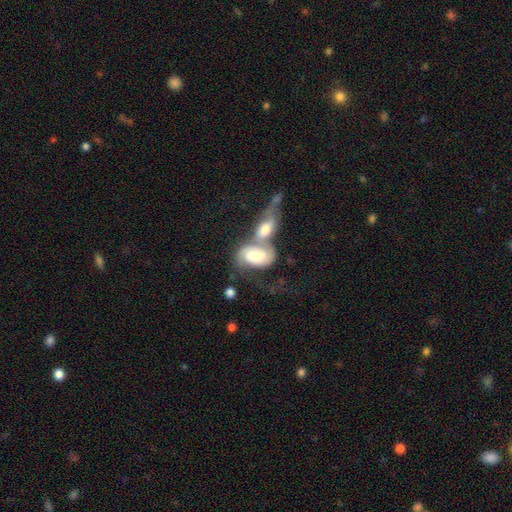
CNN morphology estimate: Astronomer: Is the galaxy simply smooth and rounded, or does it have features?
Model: featured or disk — 60%.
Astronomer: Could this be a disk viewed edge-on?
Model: no — 95%.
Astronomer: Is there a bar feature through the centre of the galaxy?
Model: no — 59%.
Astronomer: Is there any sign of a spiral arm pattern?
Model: yes — 88%.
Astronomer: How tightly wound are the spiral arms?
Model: medium — 40% (runner-up: loose, 33%).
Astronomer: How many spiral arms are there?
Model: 2 — 79%.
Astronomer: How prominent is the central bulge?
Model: moderate — 50%.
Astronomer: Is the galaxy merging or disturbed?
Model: merger — 72%.